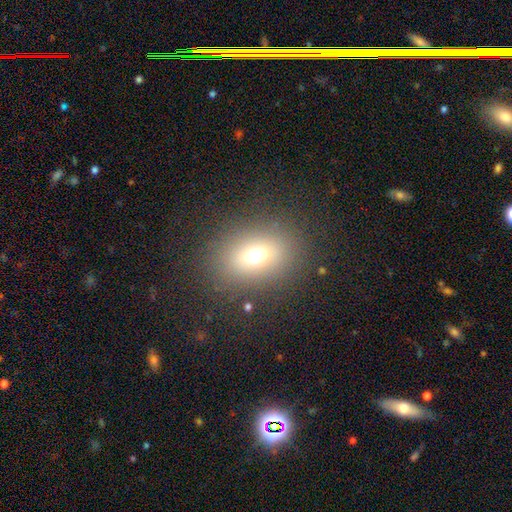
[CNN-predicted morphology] A smooth galaxy with no disk features (66%) that is in between round and cigar-shaped (60%).

Vote fractions:
- Smooth or featured? smooth: 66% / star or artifact: 19% / featured or disk: 15%
- How rounded? in between: 60% / round: 38% / cigar-shaped: 2%
- Merging? none: 83% / minor disturbance: 9% / major disturbance: 6% / merger: 2%